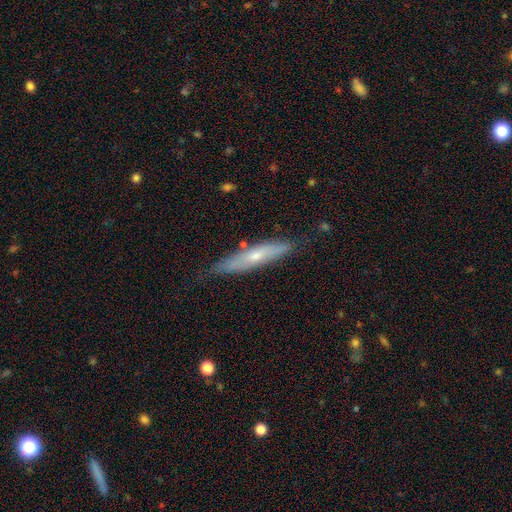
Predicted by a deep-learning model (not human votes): Morphology: type=featured or disk (47%, tied with smooth); merging=none (77%).